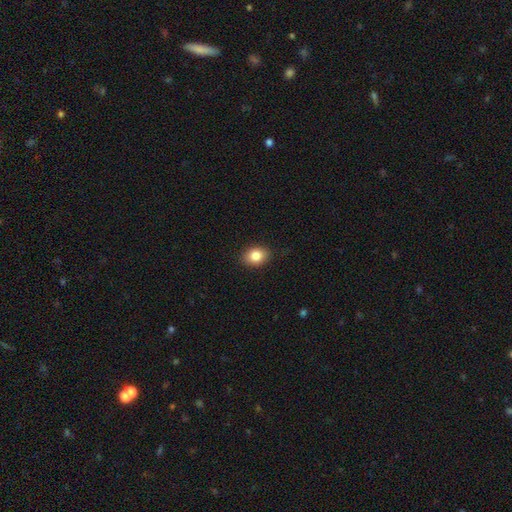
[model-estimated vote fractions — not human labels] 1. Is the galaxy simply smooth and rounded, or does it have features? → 84% smooth, 9% star or artifact, 7% featured or disk.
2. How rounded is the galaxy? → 67% in between, 31% round, 1% cigar-shaped.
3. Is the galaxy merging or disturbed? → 88% none, 9% minor disturbance, 2% major disturbance, 1% merger.